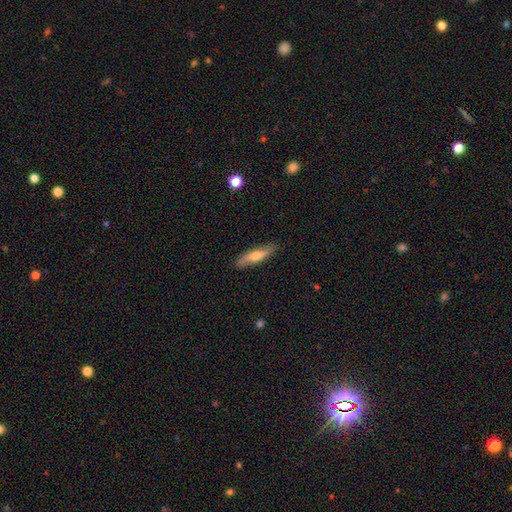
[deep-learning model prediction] A smooth galaxy with no disk features (47%, tied with featured or disk). Merging: none (86%).